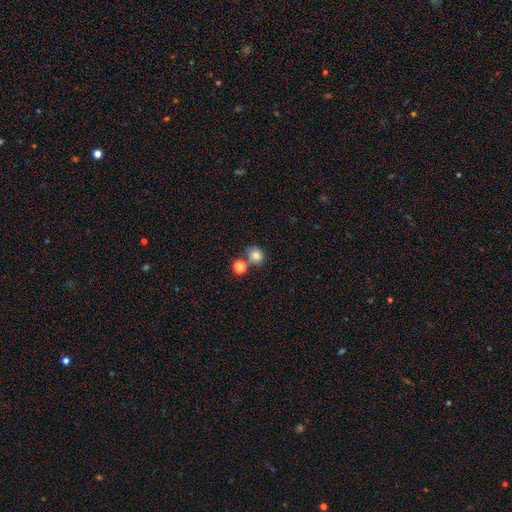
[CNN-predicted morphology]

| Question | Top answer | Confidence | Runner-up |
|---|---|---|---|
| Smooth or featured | smooth | 80% | star or artifact (12%) |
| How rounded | round | 80% | in between (19%) |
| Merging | none | 67% | merger (20%) |